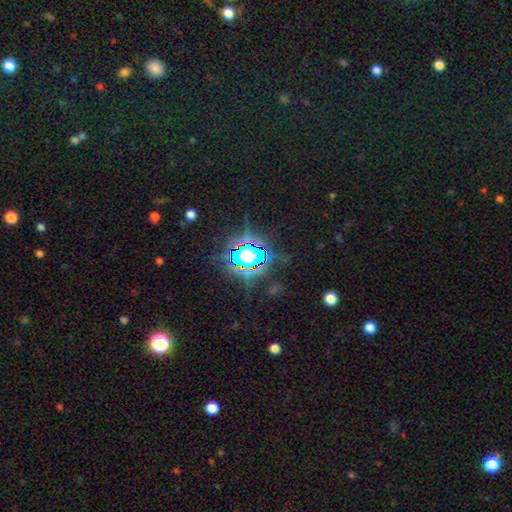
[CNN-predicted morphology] Smooth or featured: star or artifact — 80% (smooth — 12%)